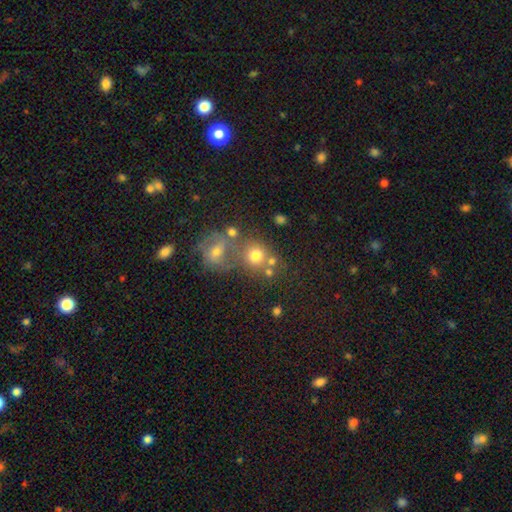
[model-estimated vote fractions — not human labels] Smooth or featured? smooth (71%)
How rounded? round (81%)
Merging? none (50%)